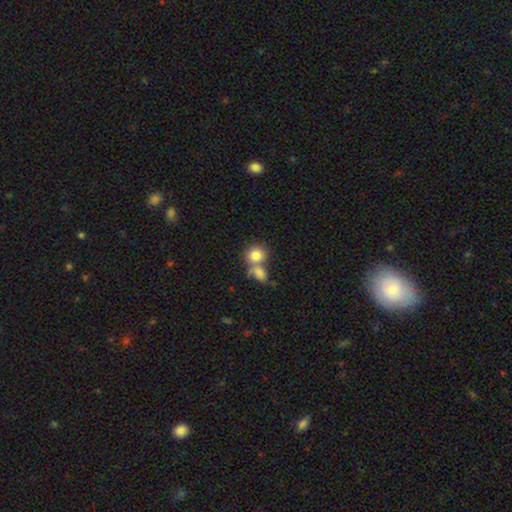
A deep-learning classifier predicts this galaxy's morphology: smooth-or-featured: smooth: 82% | featured or disk: 10% | star or artifact: 8%
  how-rounded: round: 71% | in between: 28% | cigar-shaped: 1%
  merging: merger: 50% | none: 38% | minor disturbance: 9% | major disturbance: 4%